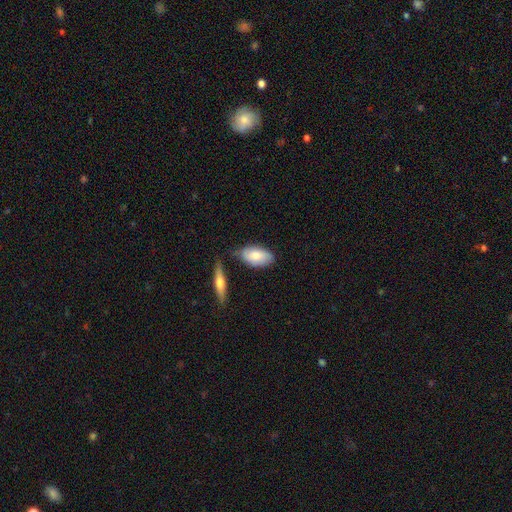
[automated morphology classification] Smooth or featured: smooth — 74% (featured or disk — 21%)
How rounded: in between — 92% (cigar-shaped — 5%)
Merging: none — 64% (minor disturbance — 23%)